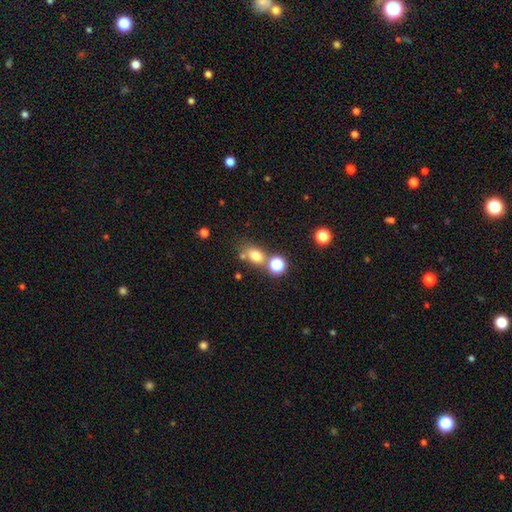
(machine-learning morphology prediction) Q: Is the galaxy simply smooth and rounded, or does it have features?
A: smooth — 74%.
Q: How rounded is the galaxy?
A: in between — 55%.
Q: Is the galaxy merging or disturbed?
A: none — 58%.